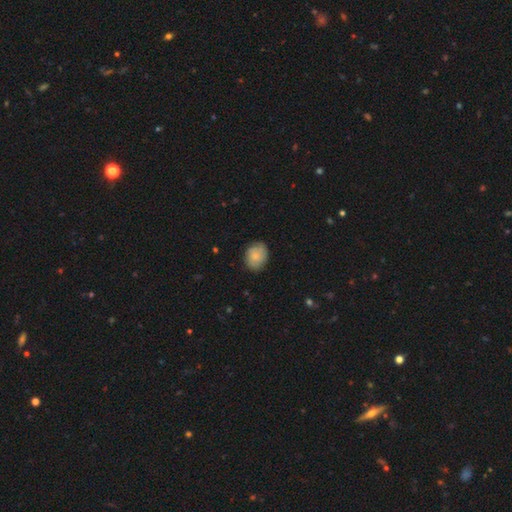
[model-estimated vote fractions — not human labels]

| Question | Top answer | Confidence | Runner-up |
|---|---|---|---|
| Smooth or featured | smooth | 74% | featured or disk (19%) |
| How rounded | in between | 56% | round (43%) |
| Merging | none | 77% | minor disturbance (18%) |